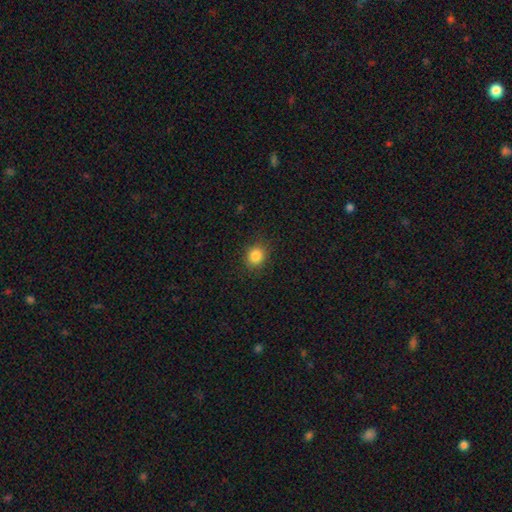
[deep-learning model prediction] The model was most divided on "how rounded": round: 75%, in between: 25%, cigar-shaped: 1%. More confident: merging — none (87%); smooth or featured — smooth (85%).